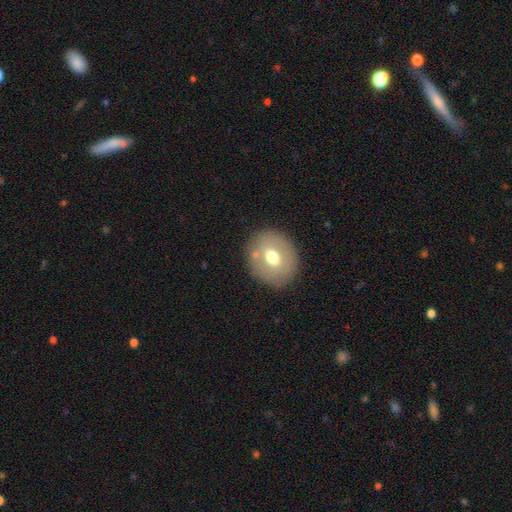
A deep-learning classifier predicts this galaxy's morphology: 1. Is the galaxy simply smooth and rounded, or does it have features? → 60% smooth, 31% featured or disk, 9% star or artifact.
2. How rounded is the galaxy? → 69% round, 30% in between, 1% cigar-shaped.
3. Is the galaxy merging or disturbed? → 81% none, 10% minor disturbance, 5% merger, 3% major disturbance.